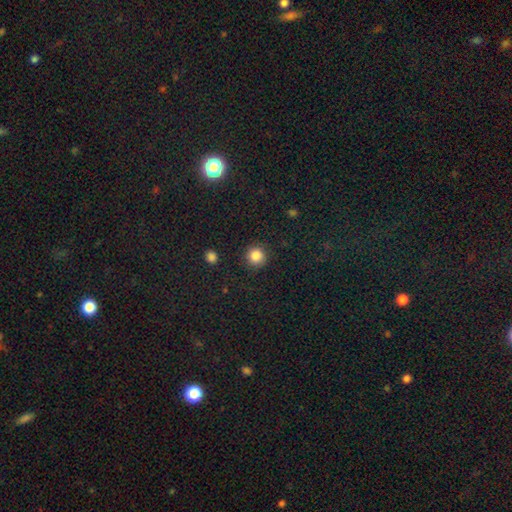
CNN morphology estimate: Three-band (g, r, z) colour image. It shows a smooth galaxy with no disk features (85%) that is round (94%). Merging: none (90%).